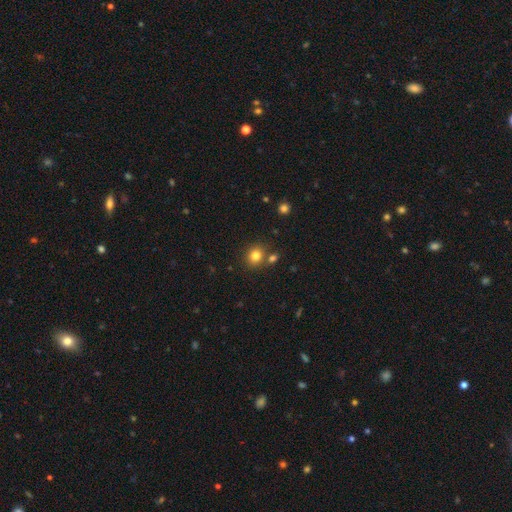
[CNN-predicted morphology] smooth_or_featured: smooth (p=0.81) [alt: star or artifact p=0.12]
how_rounded: round (p=0.76) [alt: in between p=0.23]
merging: none (p=0.72) [alt: merger p=0.16]